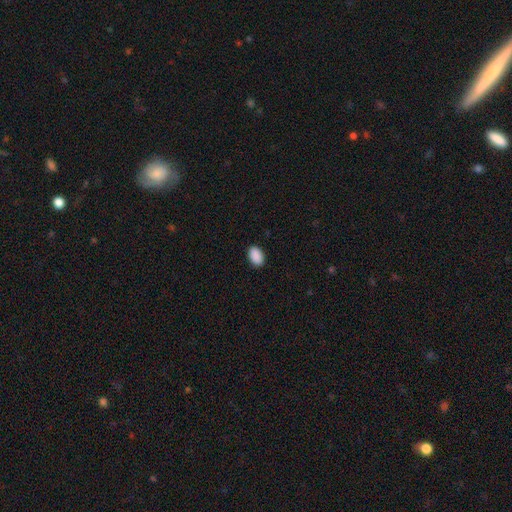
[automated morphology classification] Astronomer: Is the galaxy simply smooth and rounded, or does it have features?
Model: smooth — 90%.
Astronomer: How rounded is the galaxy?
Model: in between — 89%.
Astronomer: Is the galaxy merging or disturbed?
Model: none — 90%.